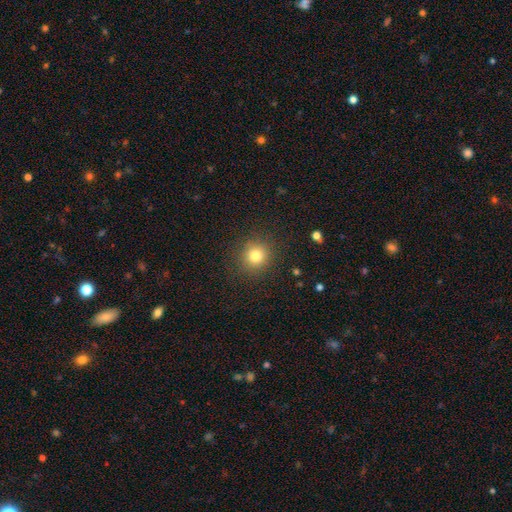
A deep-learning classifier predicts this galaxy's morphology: The model was most divided on "smooth or featured": smooth: 79%, star or artifact: 13%, featured or disk: 7%. More confident: how rounded — round (90%); merging — none (88%).